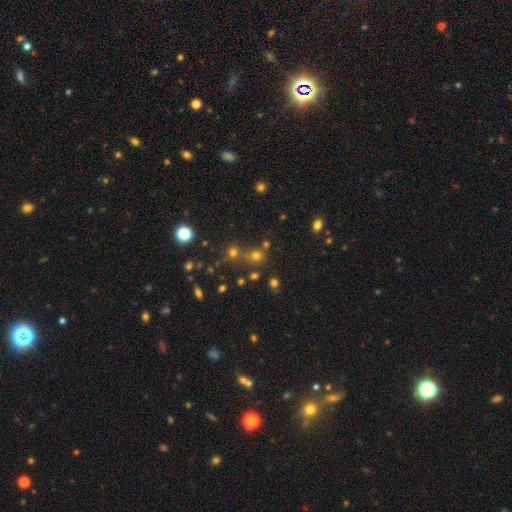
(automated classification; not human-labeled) Smooth or featured? smooth (53%)
How rounded? round (84%)
Merging? none (55%)